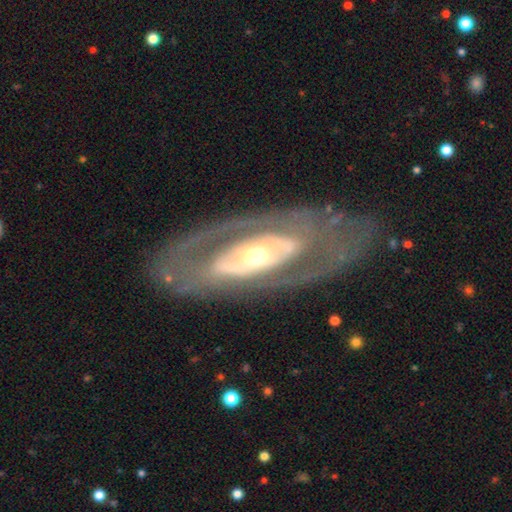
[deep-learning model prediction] A featured or disk galaxy (80%) with no bar (65%), no spiral arms (54%) and a moderate central bulge (54%).

Vote fractions:
- Smooth or featured? featured or disk: 80% / smooth: 15% / star or artifact: 5%
- Edge-on disk? no: 87% / yes: 13%
- Bar? no: 65% / weak: 20% / strong: 15%
- Spiral arms? no: 54% / yes: 46%
- Bulge size? moderate: 54% / small: 31% / large: 12% / dominant: 2% / none: 1%
- Merging? none: 78% / minor disturbance: 12% / major disturbance: 9% / merger: 1%